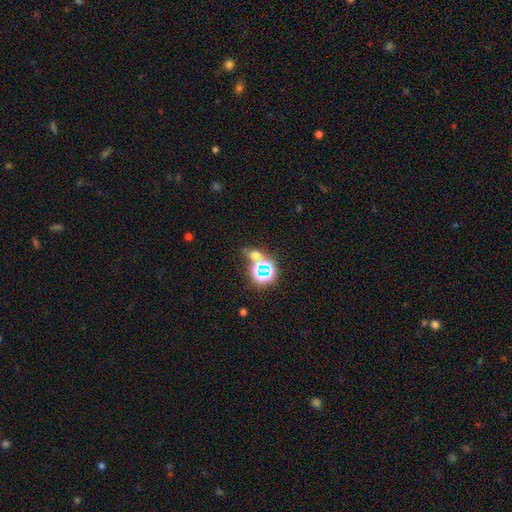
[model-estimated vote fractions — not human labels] Smooth or featured?
  - star or artifact: 50% *
  - smooth: 40%
  - featured or disk: 9%